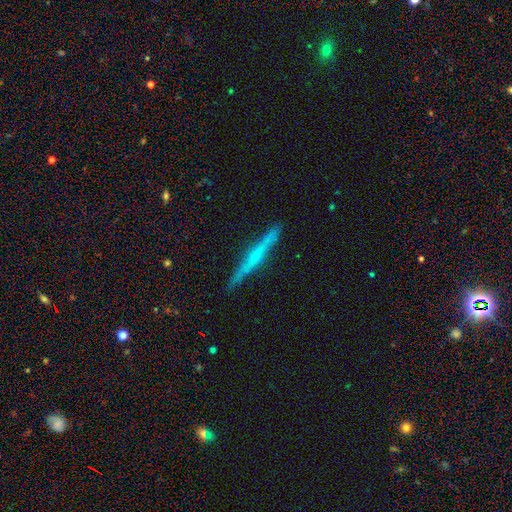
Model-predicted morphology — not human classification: Overall: featured or disk (63%; smooth 30%). Edge-on disk: yes (98%). Edge-on bulge: none (51%; rounded 40%). Merging: none (90%).